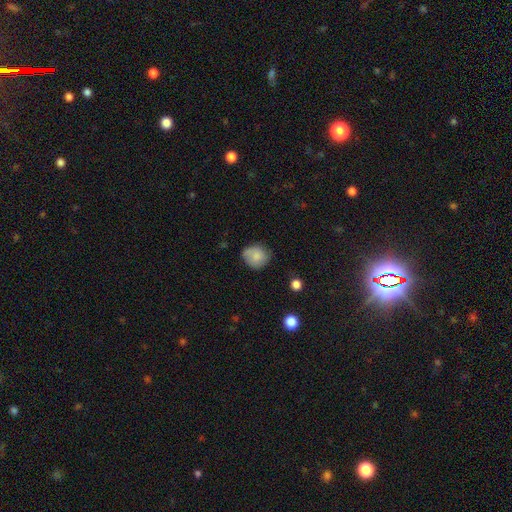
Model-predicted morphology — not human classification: This is clearly a smooth galaxy (80%). How rounded: likely round (80%). Merging: likely none (66%).